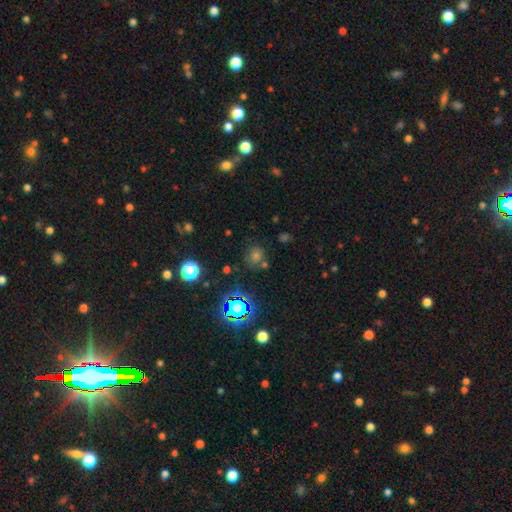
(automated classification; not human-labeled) This is possibly a smooth galaxy (51%). How rounded: clearly round (86%). Merging: likely none (76%).